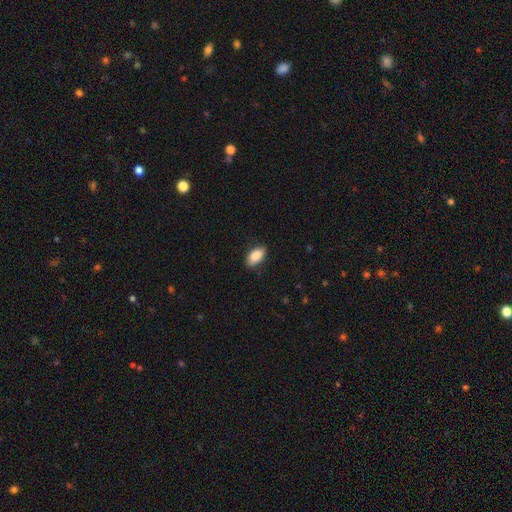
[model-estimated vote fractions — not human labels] Morphology: type=smooth (88%); roundness=in between (93%); merging=none (85%).